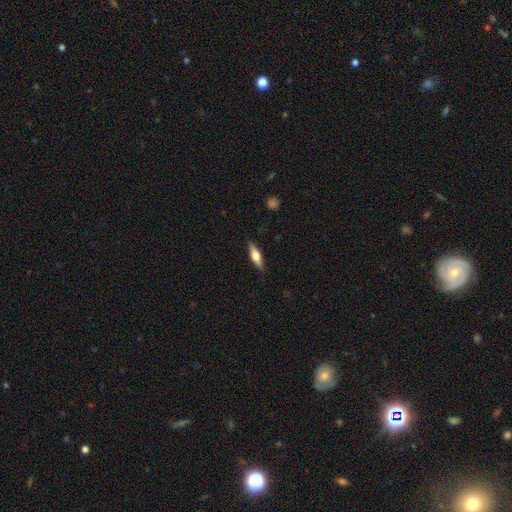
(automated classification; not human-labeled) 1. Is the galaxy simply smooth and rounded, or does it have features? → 48% featured or disk, 46% smooth, 6% star or artifact.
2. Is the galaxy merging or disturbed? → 87% none, 10% minor disturbance, 2% major disturbance, 1% merger.